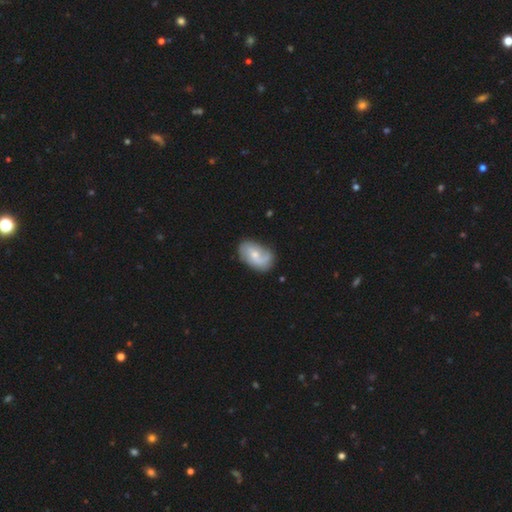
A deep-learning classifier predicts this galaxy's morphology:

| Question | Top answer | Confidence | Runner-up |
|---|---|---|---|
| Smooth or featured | featured or disk | 60% | smooth (34%) |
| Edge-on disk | no | 96% | yes (4%) |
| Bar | no | 52% | weak (41%) |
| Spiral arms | yes | 85% | no (15%) |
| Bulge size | small | 47% | moderate (45%) |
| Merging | none | 69% | minor disturbance (21%) |